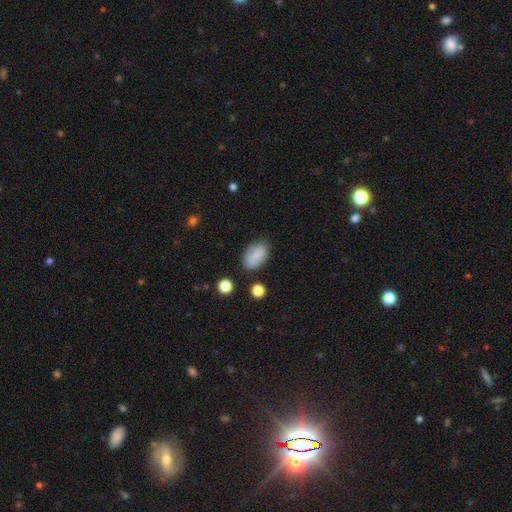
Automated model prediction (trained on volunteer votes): The model was most divided on "merging": none: 77%, minor disturbance: 16%, major disturbance: 4%, merger: 3%. More confident: how rounded — in between (92%); smooth or featured — smooth (85%).